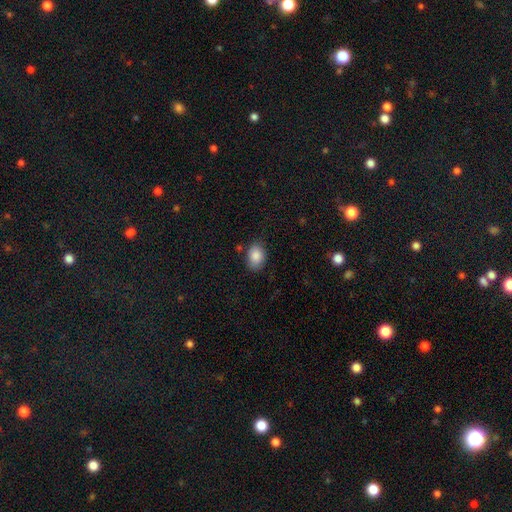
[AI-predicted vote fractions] Smooth or featured: smooth — 87% (star or artifact — 7%)
How rounded: in between — 80% (round — 19%)
Merging: none — 79% (minor disturbance — 15%)